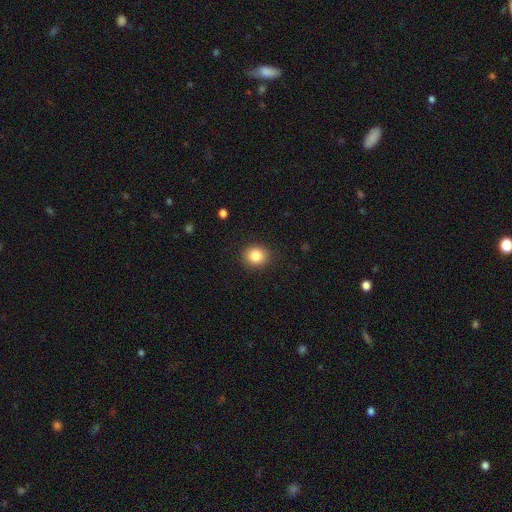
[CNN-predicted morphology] type=smooth (84%); roundness=round (80%); merging=none (90%).